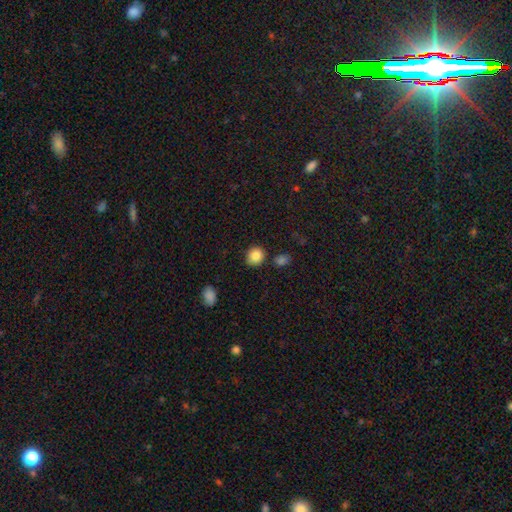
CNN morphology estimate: A smooth galaxy with no disk features (85%) that is round (83%). Merging: none (80%).